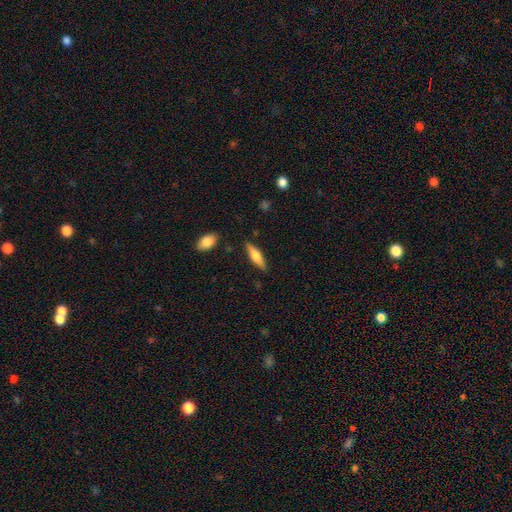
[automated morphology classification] Overall: smooth (58%; featured or disk 36%). How rounded: cigar-shaped (65%; in between 33%). Merging: none (85%).